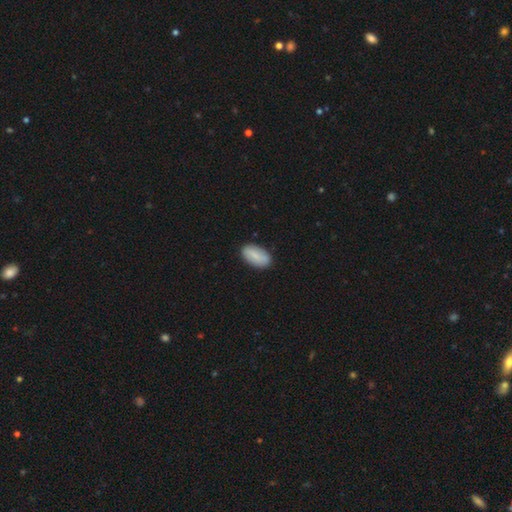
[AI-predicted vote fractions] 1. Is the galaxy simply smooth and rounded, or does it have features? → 78% smooth, 16% featured or disk, 6% star or artifact.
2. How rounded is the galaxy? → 92% in between, 4% cigar-shaped, 3% round.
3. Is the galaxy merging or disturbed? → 85% none, 11% minor disturbance, 2% major disturbance, 1% merger.